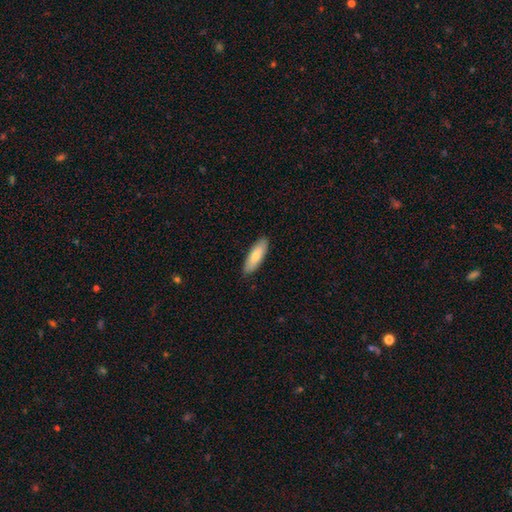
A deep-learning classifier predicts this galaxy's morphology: This is likely a smooth galaxy (79%). How rounded: possibly in between (54%). Merging: clearly none (89%).